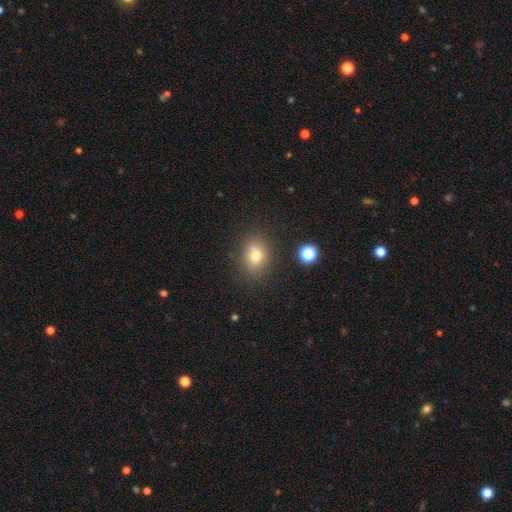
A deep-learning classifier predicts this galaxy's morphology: The model was most divided on "how rounded": round: 58%, in between: 41%, cigar-shaped: 1%. More confident: smooth or featured — smooth (72%); merging — none (67%).